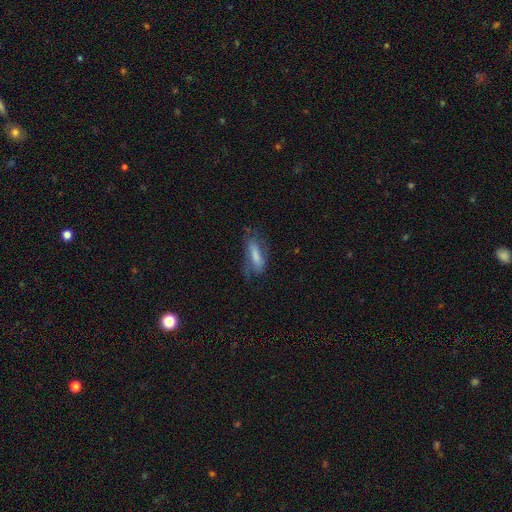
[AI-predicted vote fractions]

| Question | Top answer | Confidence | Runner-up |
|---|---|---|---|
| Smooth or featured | smooth | 59% | featured or disk (33%) |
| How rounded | in between | 56% | cigar-shaped (42%) |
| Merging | none | 52% | minor disturbance (26%) |